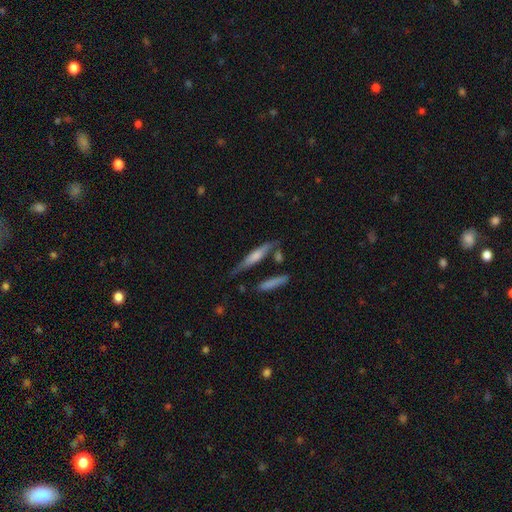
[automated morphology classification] This is possibly a smooth galaxy (49%). Merging: likely none (64%).